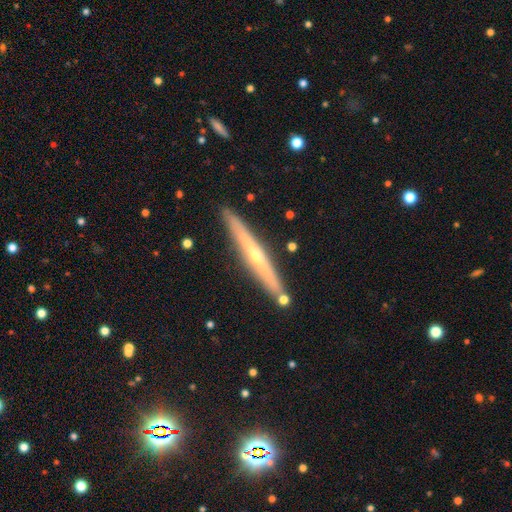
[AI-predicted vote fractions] Q: Smooth or featured?
A: featured or disk (66%); runner-up: smooth (28%)
Q: Edge-on disk?
A: yes (94%); runner-up: no (6%)
Q: Edge-on bulge?
A: rounded (65%); runner-up: none (32%)
Q: Merging?
A: none (87%); runner-up: minor disturbance (8%)